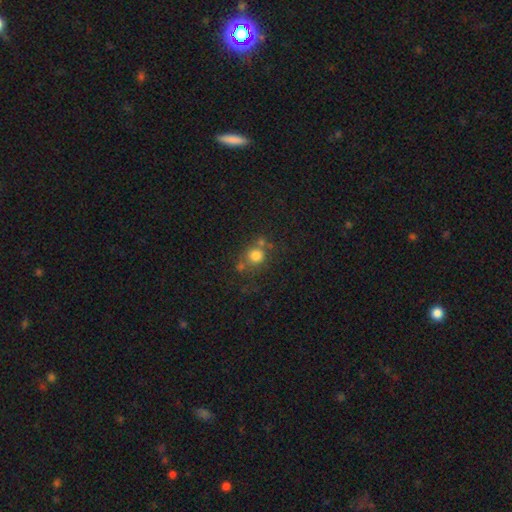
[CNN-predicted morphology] This appears to be a smooth galaxy with no disk features (76%) that is round (87%). Merging: none (58%).